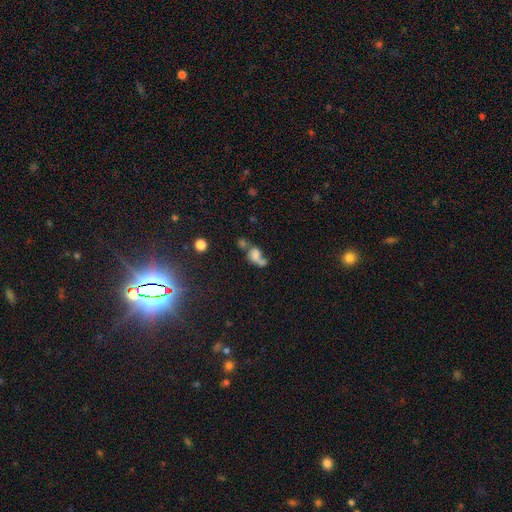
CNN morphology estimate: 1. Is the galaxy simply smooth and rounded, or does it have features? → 49% smooth, 35% featured or disk, 16% star or artifact.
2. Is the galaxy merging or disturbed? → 45% merger, 24% major disturbance, 19% none, 12% minor disturbance.